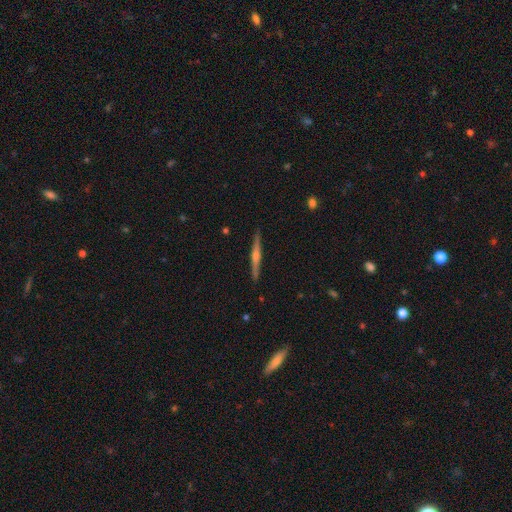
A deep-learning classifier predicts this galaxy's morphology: A featured or disk galaxy (77%) viewed edge-on (98%) with a rounded central bulge (77%). Merging: none (92%).